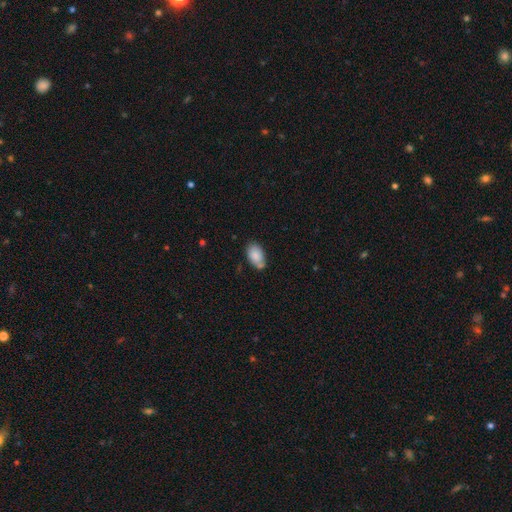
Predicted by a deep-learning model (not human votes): Smooth or featured: smooth — 85% (featured or disk — 8%)
How rounded: in between — 91% (round — 7%)
Merging: none — 63% (minor disturbance — 22%)